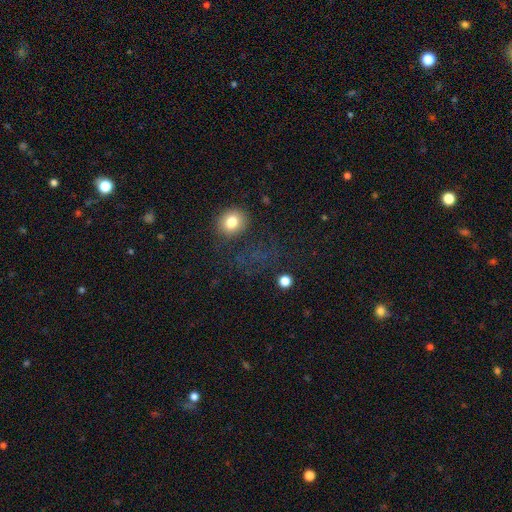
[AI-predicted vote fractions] A smooth galaxy with no disk features (52%) that is round (80%). Merging: none (61%).